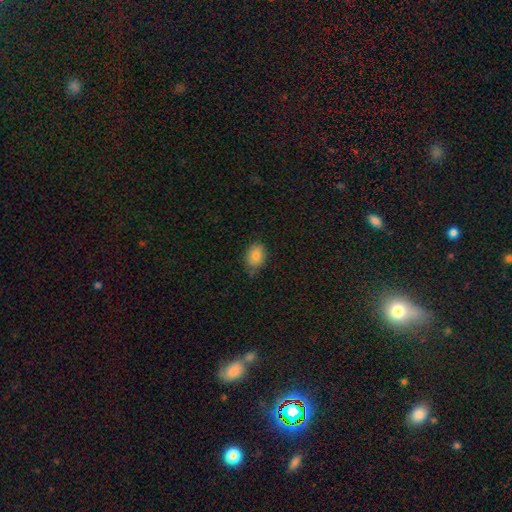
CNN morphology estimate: This appears to be a smooth galaxy with no disk features (83%) that is in between round and cigar-shaped (77%). Merging: none (70%).